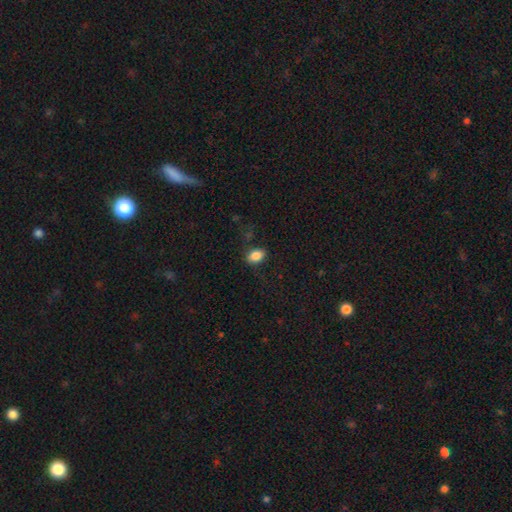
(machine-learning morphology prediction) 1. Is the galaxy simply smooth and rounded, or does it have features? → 85% smooth, 9% star or artifact, 6% featured or disk.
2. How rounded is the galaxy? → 82% in between, 17% round, 1% cigar-shaped.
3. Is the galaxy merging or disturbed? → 80% none, 14% minor disturbance, 4% major disturbance, 2% merger.